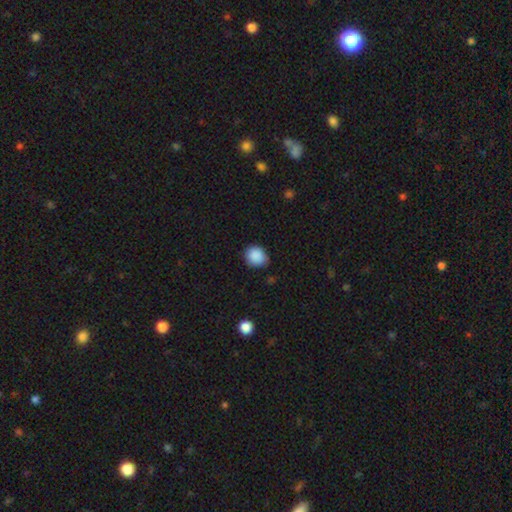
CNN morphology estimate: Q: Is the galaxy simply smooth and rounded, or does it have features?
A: smooth — 88%.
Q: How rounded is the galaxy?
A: round — 73%.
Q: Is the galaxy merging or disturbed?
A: none — 79%.